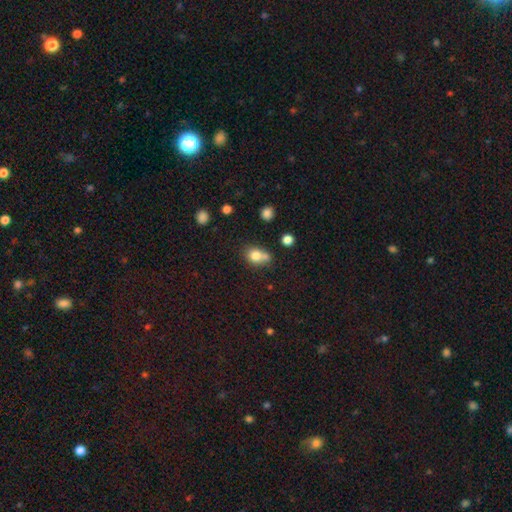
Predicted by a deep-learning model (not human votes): Morphology: type=smooth (78%); roundness=round (53%); merging=none (41%).